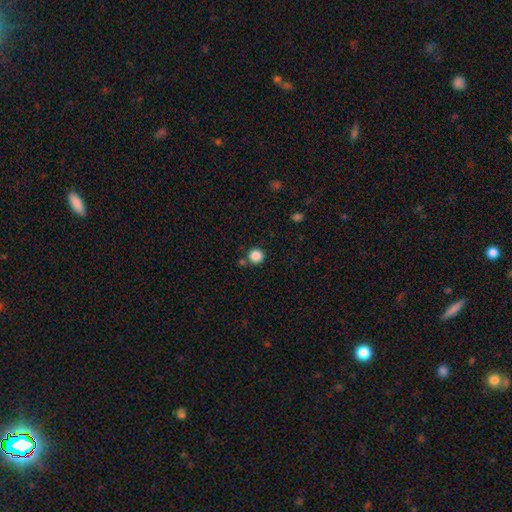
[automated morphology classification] smooth-or-featured: smooth: 86% | star or artifact: 11% | featured or disk: 3%
  how-rounded: round: 94% | in between: 5% | cigar-shaped: 1%
  merging: none: 81% | merger: 8% | minor disturbance: 8% | major disturbance: 3%